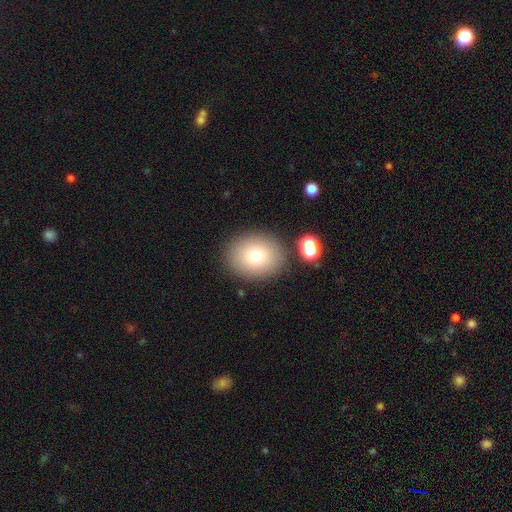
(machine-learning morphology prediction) The model was most divided on "how rounded": round: 54%, in between: 45%, cigar-shaped: 1%. More confident: merging — none (83%); smooth or featured — smooth (77%).